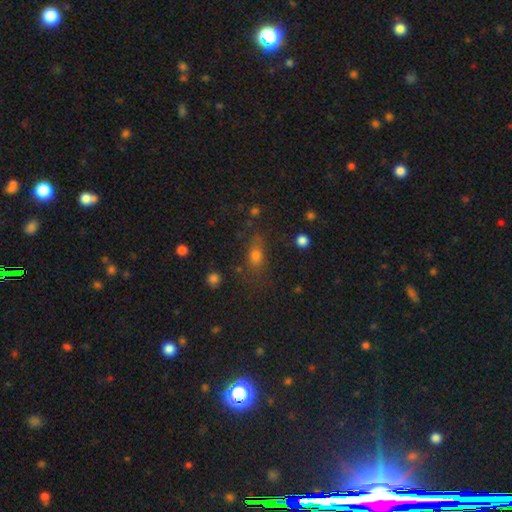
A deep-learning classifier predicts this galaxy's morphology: Overall: smooth (68%). How rounded: in between (64%). Merging: none (67%).